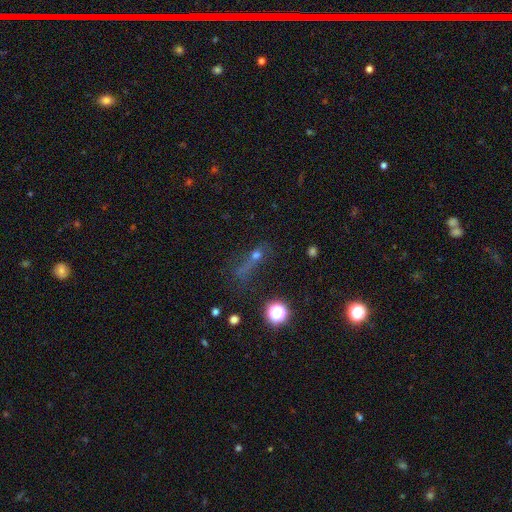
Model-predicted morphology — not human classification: A smooth galaxy with no disk features (42%).

Vote fractions:
- Smooth or featured? smooth: 42% / star or artifact: 36% / featured or disk: 22%
- Merging? none: 42% / major disturbance: 29% / minor disturbance: 17% / merger: 13%